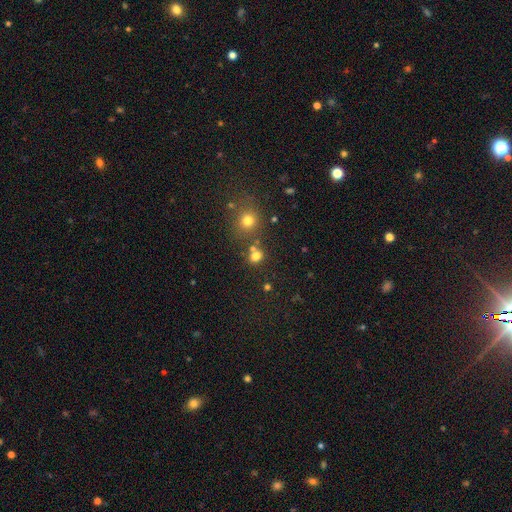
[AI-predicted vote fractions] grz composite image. It shows a smooth galaxy with no disk features (75%) that is round (68%). Merging: none (64%).